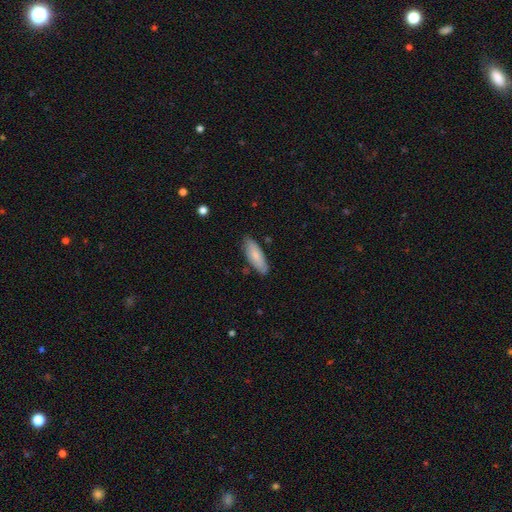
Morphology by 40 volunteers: Q: Smooth or featured?
A: smooth (72%); runner-up: featured or disk (18%)
Q: How rounded?
A: in between (76%); runner-up: cigar-shaped (21%)
Q: Merging?
A: none (81%); runner-up: minor disturbance (17%)